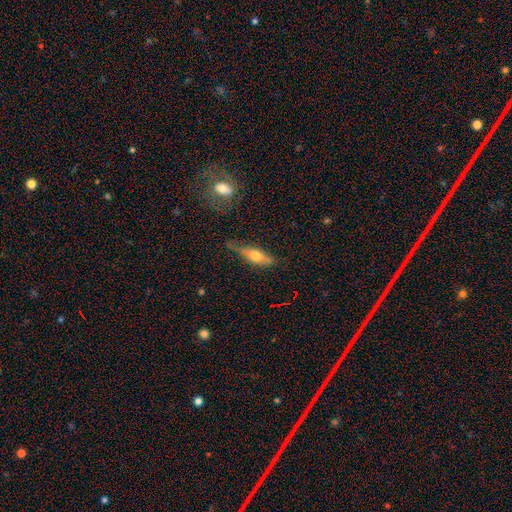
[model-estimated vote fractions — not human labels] This is possibly a smooth galaxy (49%). Merging: possibly none (55%).